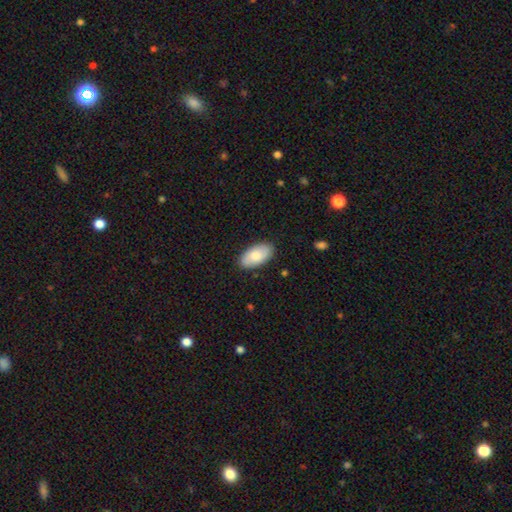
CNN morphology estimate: smooth-or-featured: smooth: 77% | featured or disk: 17% | star or artifact: 6%
  how-rounded: in between: 95% | cigar-shaped: 3% | round: 2%
  merging: none: 87% | minor disturbance: 10% | major disturbance: 2% | merger: 1%